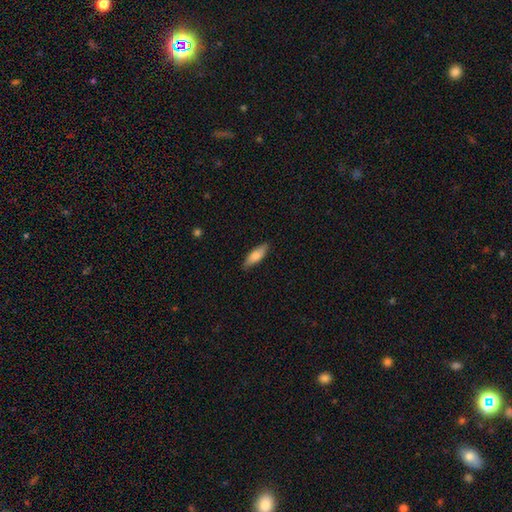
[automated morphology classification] Q: Smooth or featured?
A: smooth (78%); runner-up: featured or disk (16%)
Q: How rounded?
A: in between (57%); runner-up: cigar-shaped (41%)
Q: Merging?
A: none (85%); runner-up: minor disturbance (12%)